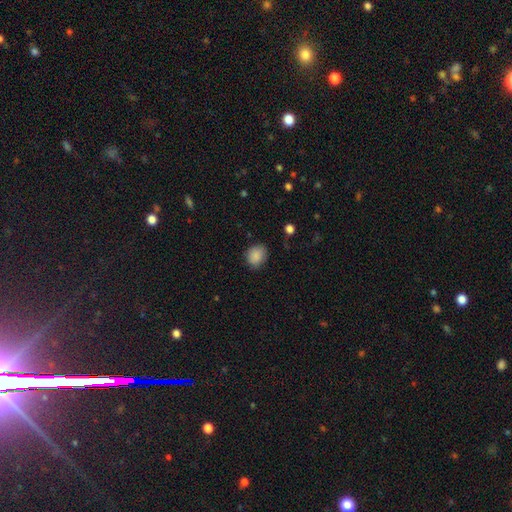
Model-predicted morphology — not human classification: smooth_or_featured: smooth (p=0.88) [alt: star or artifact p=0.08]
how_rounded: round (p=0.62) [alt: in between p=0.37]
merging: none (p=0.78) [alt: minor disturbance p=0.17]